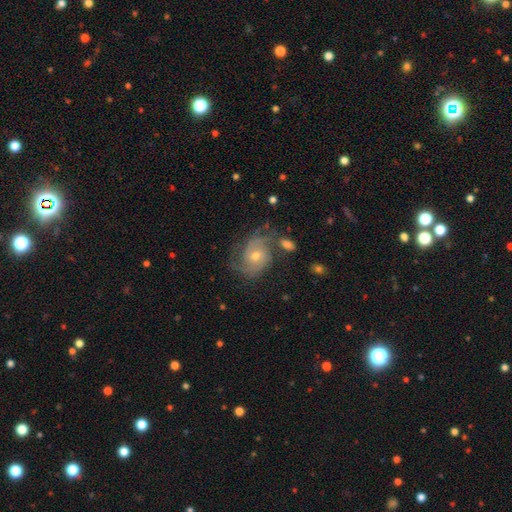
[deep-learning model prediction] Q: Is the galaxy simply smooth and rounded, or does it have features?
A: featured or disk — 81%.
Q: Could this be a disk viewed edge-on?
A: no — 97%.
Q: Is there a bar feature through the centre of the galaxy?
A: no — 70%.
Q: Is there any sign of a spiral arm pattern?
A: yes — 95%.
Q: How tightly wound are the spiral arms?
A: tight — 43%, tied with medium.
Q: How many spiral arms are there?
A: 2 — 54%.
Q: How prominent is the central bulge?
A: moderate — 56%.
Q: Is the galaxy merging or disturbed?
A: none — 64%.